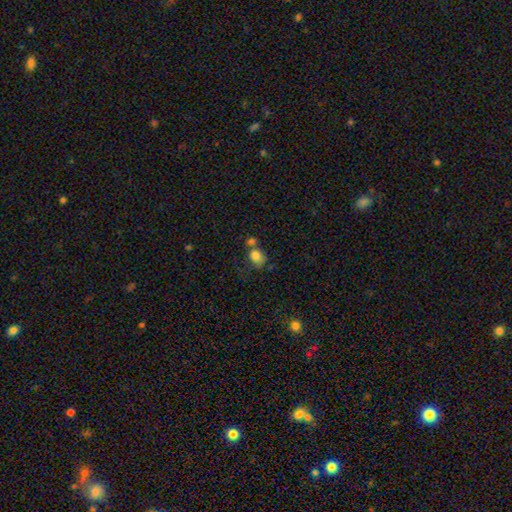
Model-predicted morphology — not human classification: Q: Smooth or featured?
A: smooth (79%); runner-up: star or artifact (10%)
Q: How rounded?
A: round (51%); runner-up: in between (48%)
Q: Merging?
A: none (38%); runner-up: merger (36%)